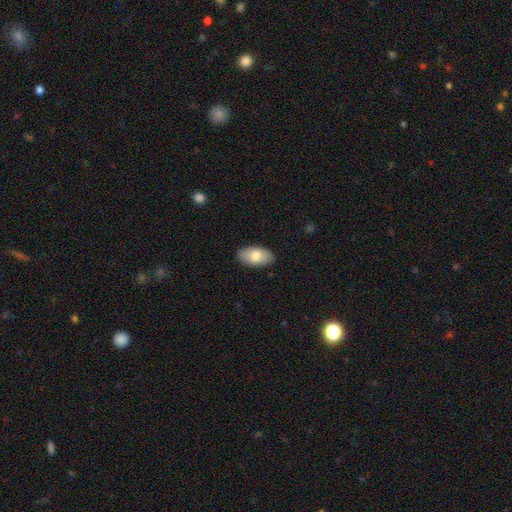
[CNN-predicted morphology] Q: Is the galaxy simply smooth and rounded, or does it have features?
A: smooth — 77%.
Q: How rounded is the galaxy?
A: in between — 95%.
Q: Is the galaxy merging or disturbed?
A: none — 88%.